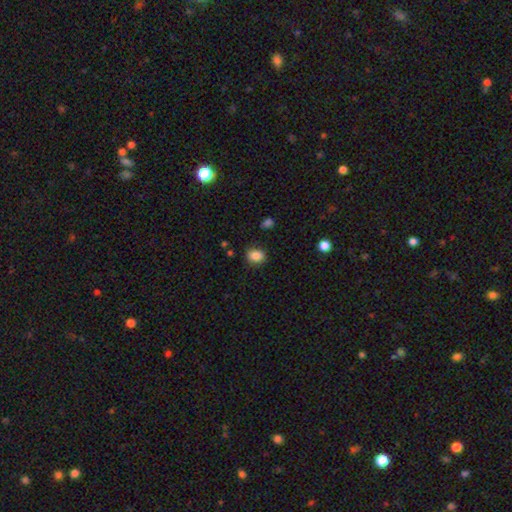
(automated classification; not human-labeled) Smooth or featured? Predicted: smooth (p=0.86). How rounded? Predicted: in between (p=0.57). Merging? Predicted: none (p=0.83).